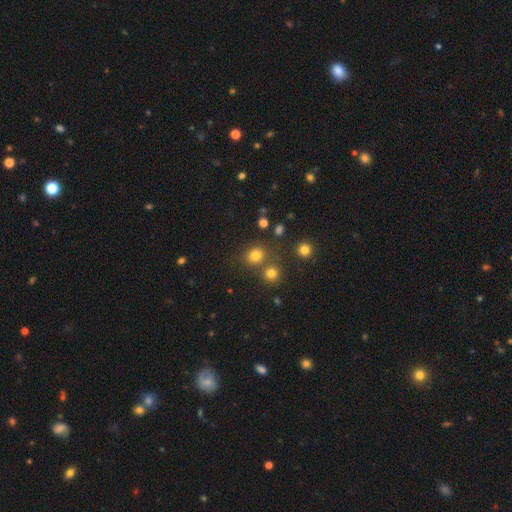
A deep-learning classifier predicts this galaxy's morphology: A smooth galaxy with no disk features (77%) that is round (77%).

Vote fractions:
- Smooth or featured? smooth: 77% / star or artifact: 16% / featured or disk: 6%
- How rounded? round: 77% / in between: 22% / cigar-shaped: 1%
- Merging? none: 69% / merger: 18% / minor disturbance: 9% / major disturbance: 4%